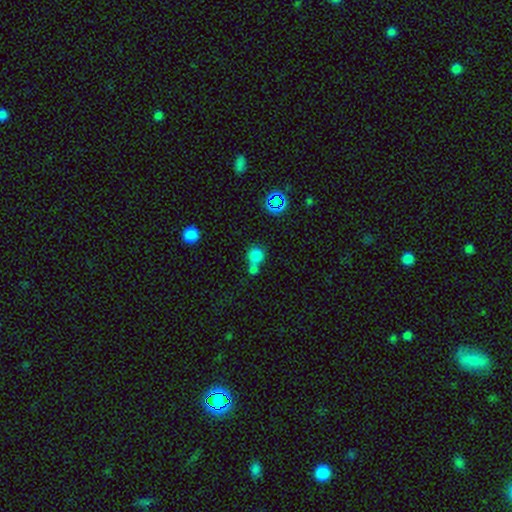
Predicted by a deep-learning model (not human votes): Q: Smooth or featured?
A: smooth (76%); runner-up: star or artifact (16%)
Q: How rounded?
A: round (88%); runner-up: in between (11%)
Q: Merging?
A: merger (48%); runner-up: none (42%)